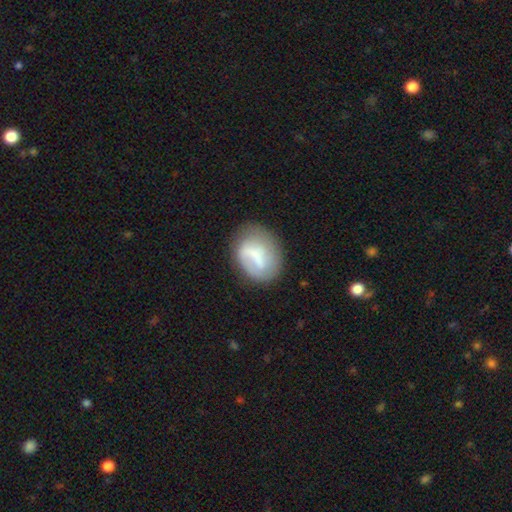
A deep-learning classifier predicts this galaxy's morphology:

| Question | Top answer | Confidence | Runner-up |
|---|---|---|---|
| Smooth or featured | smooth | 53% | featured or disk (40%) |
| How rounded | in between | 52% | round (46%) |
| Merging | none | 60% | minor disturbance (23%) |